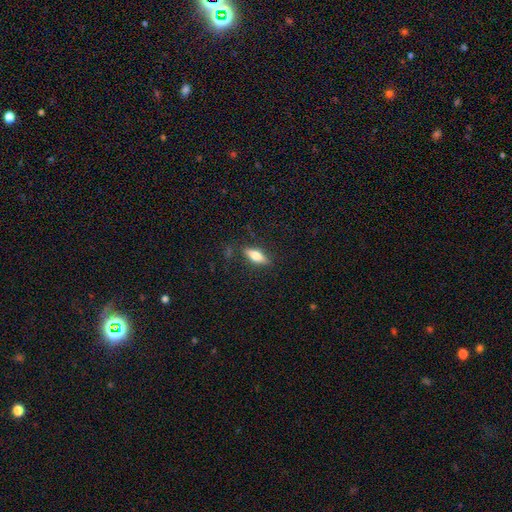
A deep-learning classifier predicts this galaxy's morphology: This appears to be a smooth galaxy with no disk features (59%) that is in between round and cigar-shaped (57%). Merging: none (83%).